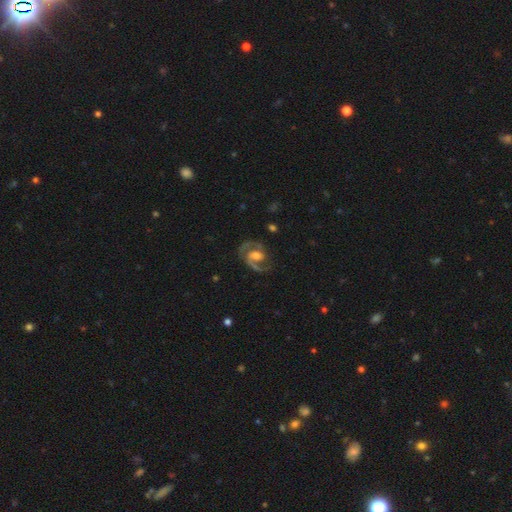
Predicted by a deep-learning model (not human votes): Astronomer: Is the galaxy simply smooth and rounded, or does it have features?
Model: featured or disk — 88%.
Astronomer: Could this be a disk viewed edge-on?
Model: no — 98%.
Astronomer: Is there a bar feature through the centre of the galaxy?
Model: weak — 45% (runner-up: no, 37%).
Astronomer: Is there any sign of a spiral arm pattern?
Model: yes — 96%.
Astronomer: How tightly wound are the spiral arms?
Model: medium — 61%.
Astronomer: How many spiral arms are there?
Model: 2 — 88%.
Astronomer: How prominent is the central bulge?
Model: moderate — 51%.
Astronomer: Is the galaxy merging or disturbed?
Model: none — 73%.